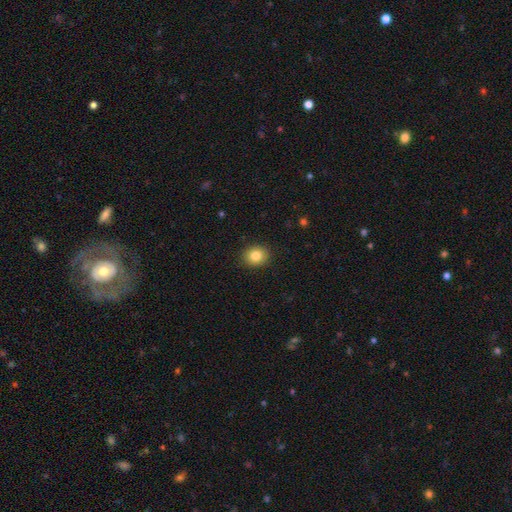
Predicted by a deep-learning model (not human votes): The model was most divided on "how rounded": round: 67%, in between: 32%, cigar-shaped: 1%. More confident: merging — none (90%); smooth or featured — smooth (84%).